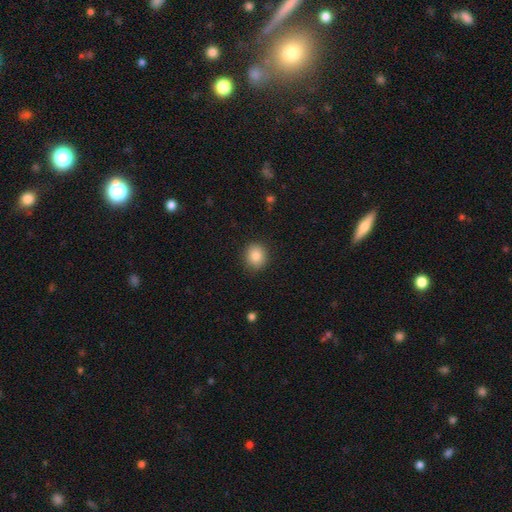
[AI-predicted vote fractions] smooth_or_featured: smooth (p=0.85) [alt: star or artifact p=0.09]
how_rounded: round (p=0.79) [alt: in between p=0.20]
merging: none (p=0.89) [alt: minor disturbance p=0.08]